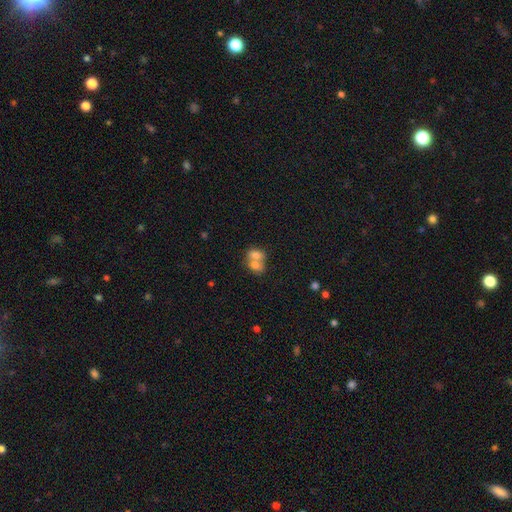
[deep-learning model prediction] This appears to be a smooth galaxy with no disk features (73%) that is in between round and cigar-shaped (72%). Merging: merger (73%).